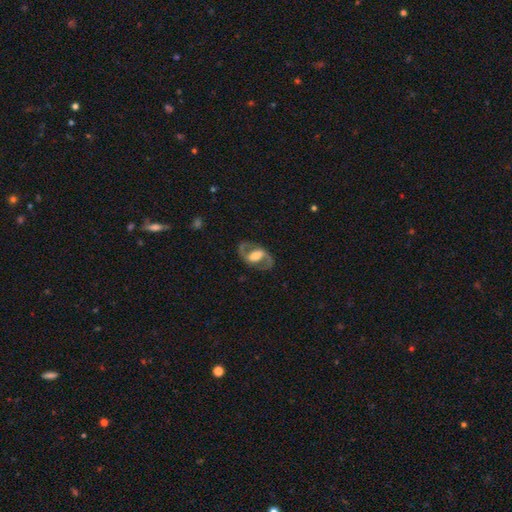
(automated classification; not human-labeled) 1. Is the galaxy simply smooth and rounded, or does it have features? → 82% featured or disk, 13% smooth, 5% star or artifact.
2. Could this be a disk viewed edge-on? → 95% no, 5% yes.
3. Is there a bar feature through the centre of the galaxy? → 40% weak, 35% strong, 25% no.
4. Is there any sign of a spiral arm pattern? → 88% yes, 12% no.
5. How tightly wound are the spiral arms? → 57% medium, 27% loose, 16% tight.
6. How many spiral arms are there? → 92% 2, 3% can't tell, 2% 1, 1% 3, 1% 4, 1% more than 4.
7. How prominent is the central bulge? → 45% moderate, 35% large, 13% small, 4% none, 3% dominant.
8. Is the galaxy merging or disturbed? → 81% none, 11% minor disturbance, 7% major disturbance, 1% merger.